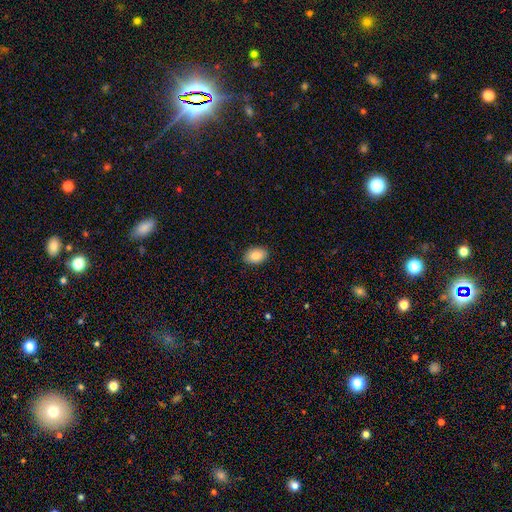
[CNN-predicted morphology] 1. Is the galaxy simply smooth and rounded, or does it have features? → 85% smooth, 8% featured or disk, 7% star or artifact.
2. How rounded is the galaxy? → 84% in between, 15% round, 1% cigar-shaped.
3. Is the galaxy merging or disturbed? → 90% none, 8% minor disturbance, 2% major disturbance, 1% merger.